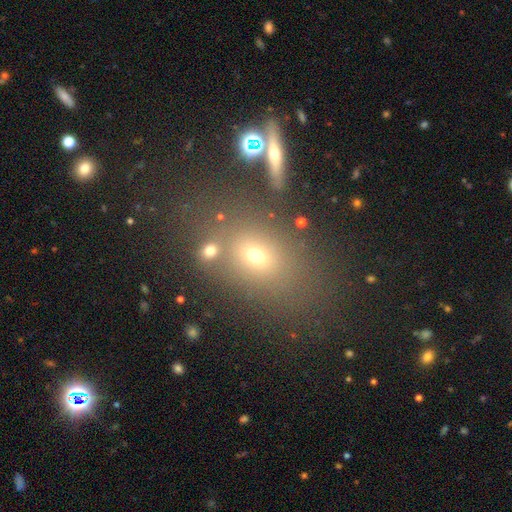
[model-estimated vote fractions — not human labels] Q: Smooth or featured?
A: smooth (60%); runner-up: star or artifact (24%)
Q: How rounded?
A: in between (67%); runner-up: round (30%)
Q: Merging?
A: none (71%); runner-up: minor disturbance (12%)